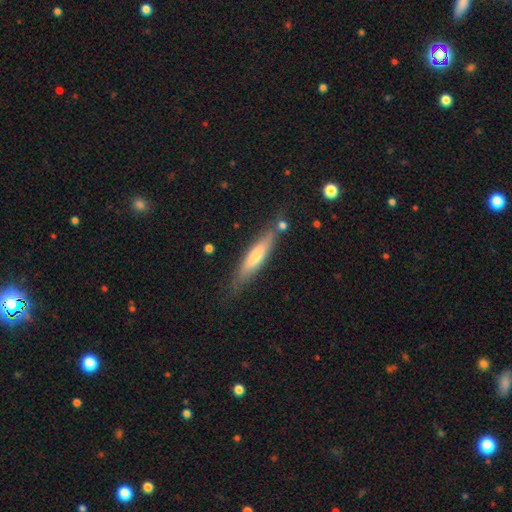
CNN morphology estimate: Smooth or featured: smooth — 50% (featured or disk — 43%)
Merging: none — 77% (minor disturbance — 15%)